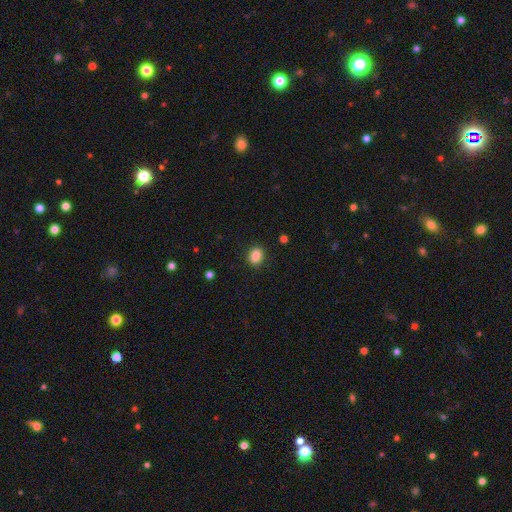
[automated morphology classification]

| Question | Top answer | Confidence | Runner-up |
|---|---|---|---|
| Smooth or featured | smooth | 87% | star or artifact (9%) |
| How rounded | in between | 67% | round (31%) |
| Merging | none | 88% | minor disturbance (8%) |